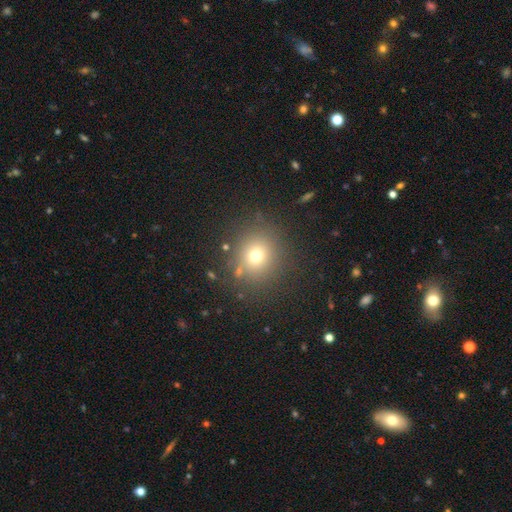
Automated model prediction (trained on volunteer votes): The model was most divided on "smooth or featured": smooth: 70%, star or artifact: 19%, featured or disk: 11%. More confident: how rounded — round (87%); merging — none (84%).